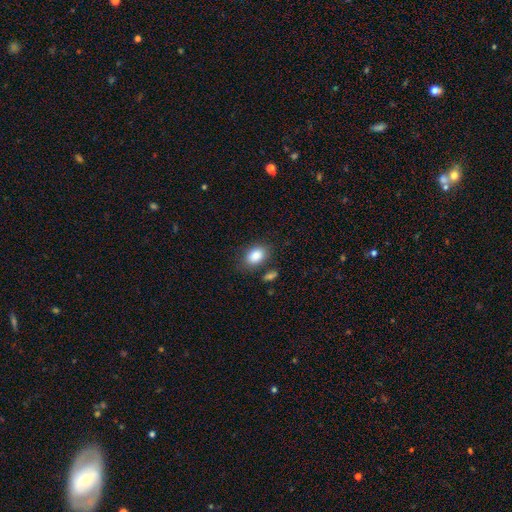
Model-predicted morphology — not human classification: The model was most divided on "merging": none: 74%, minor disturbance: 15%, merger: 6%, major disturbance: 5%. More confident: smooth or featured — smooth (86%); how rounded — in between (82%).